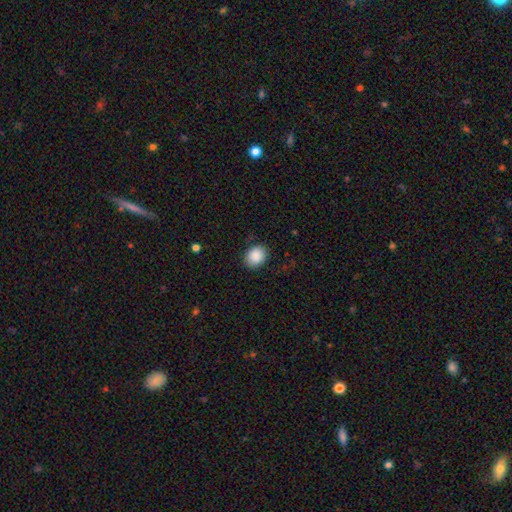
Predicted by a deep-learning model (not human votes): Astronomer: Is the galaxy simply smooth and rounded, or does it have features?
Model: smooth — 89%.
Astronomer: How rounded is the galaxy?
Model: round — 50% (runner-up: in between, 49%).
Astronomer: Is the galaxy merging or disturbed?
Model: none — 85%.